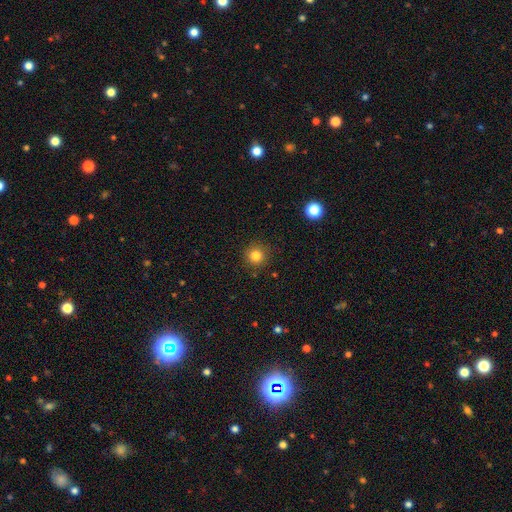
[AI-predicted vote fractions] The model was most divided on "smooth or featured": smooth: 82%, star or artifact: 12%, featured or disk: 5%. More confident: how rounded — round (94%); merging — none (89%).